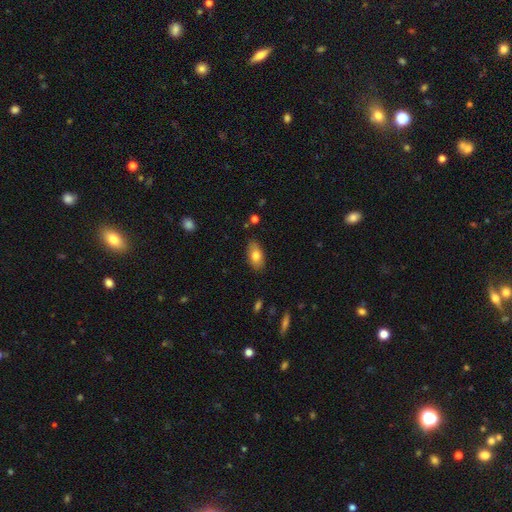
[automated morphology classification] This appears to be a smooth galaxy with no disk features (78%) that is in between round and cigar-shaped (91%). Merging: none (85%).